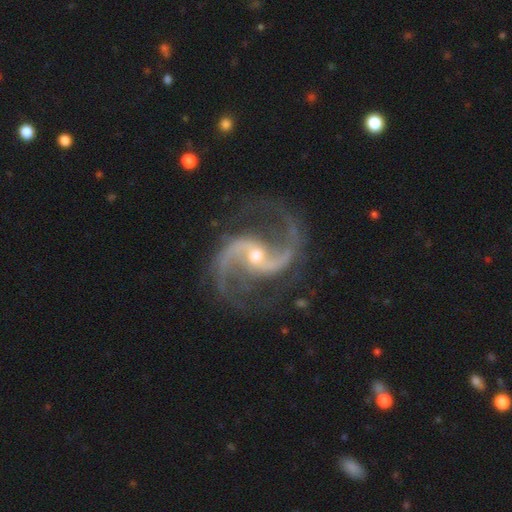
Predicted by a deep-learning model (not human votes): Overall: featured or disk (94%). Edge-on disk: no (98%). Bar: weak (39%; no 37%). Spiral arms: yes (99%). Spiral arm count: 2 (94%). Spiral winding: medium (52%; loose 40%). Bulge size: small (55%; moderate 42%). Merging: none (81%).